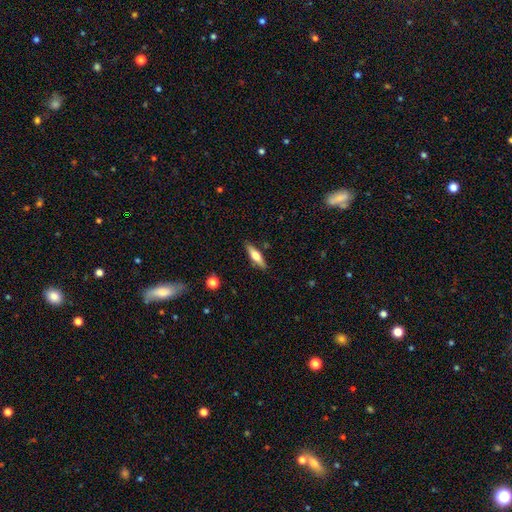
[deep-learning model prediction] smooth-or-featured: smooth: 50% | featured or disk: 44% | star or artifact: 6%
  merging: none: 86% | minor disturbance: 10% | major disturbance: 2% | merger: 2%